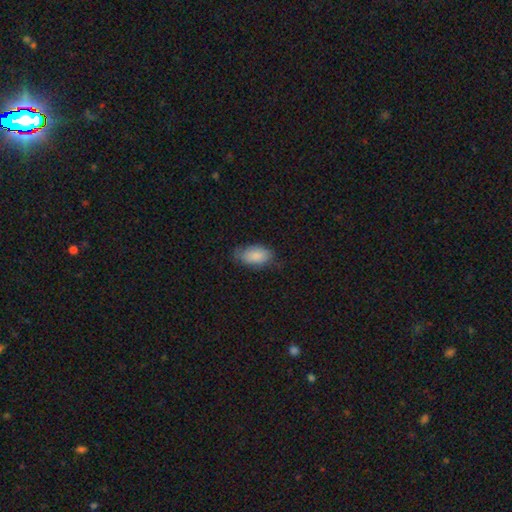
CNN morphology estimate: Smooth or featured? smooth (85%)
How rounded? in between (93%)
Merging? none (65%)